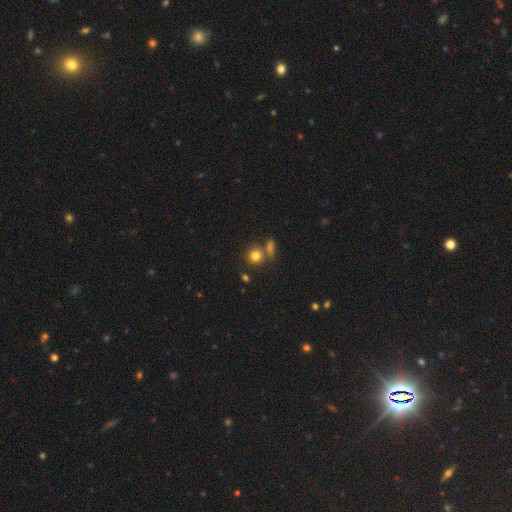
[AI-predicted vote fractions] Smooth or featured? smooth (80%)
How rounded? round (84%)
Merging? none (65%)